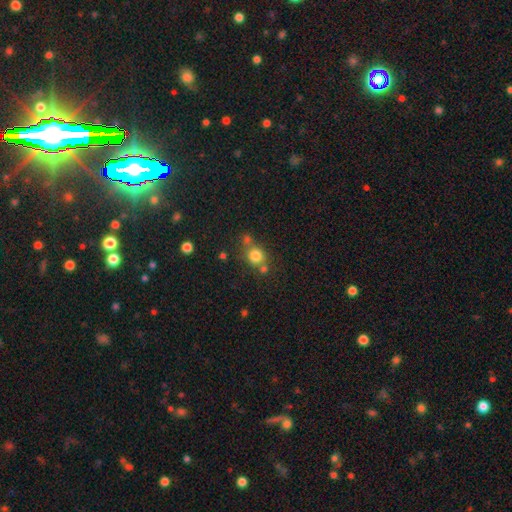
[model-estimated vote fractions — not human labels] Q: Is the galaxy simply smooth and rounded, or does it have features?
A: smooth — 80%.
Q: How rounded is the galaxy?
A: round — 83%.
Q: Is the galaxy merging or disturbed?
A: none — 58%.